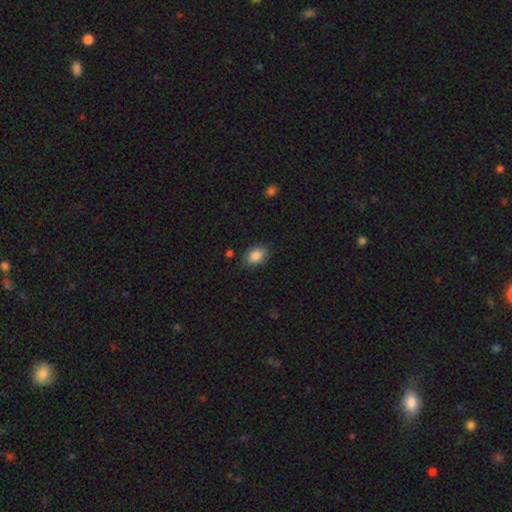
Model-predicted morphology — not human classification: smooth 86%, star or artifact 8%, featured or disk 6%. Down the decision tree: how rounded — in between (78%); merging — none (80%).